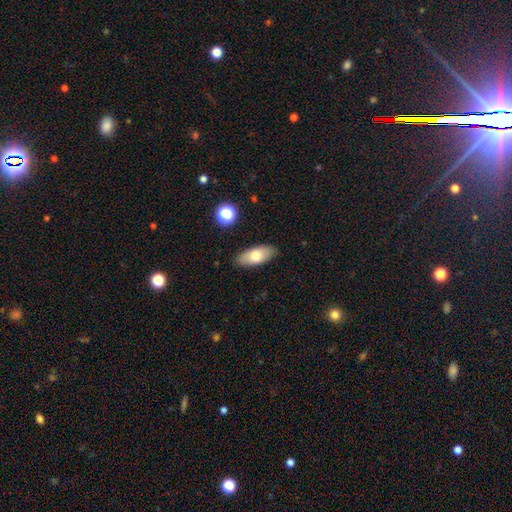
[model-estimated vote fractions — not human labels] This appears to be a smooth galaxy with no disk features (74%) that is in between round and cigar-shaped (85%). Merging: none (87%).